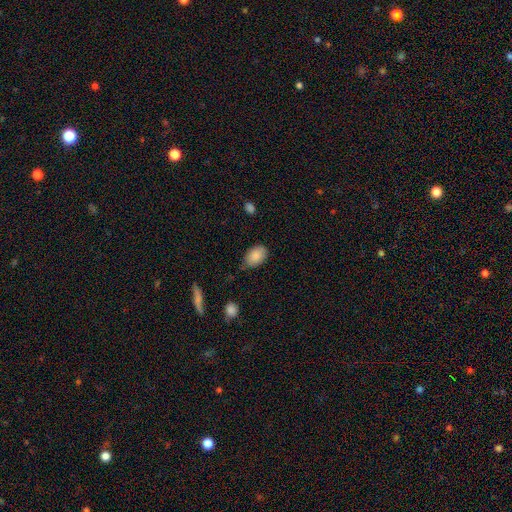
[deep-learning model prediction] This appears to be a smooth galaxy with no disk features (87%) that is in between round and cigar-shaped (87%). Merging: none (67%).